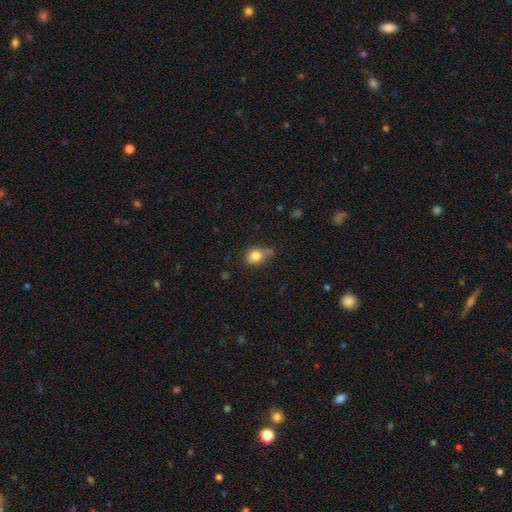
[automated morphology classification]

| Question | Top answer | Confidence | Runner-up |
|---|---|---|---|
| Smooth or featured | smooth | 80% | featured or disk (10%) |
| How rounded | round | 55% | in between (44%) |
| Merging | none | 51% | minor disturbance (27%) |